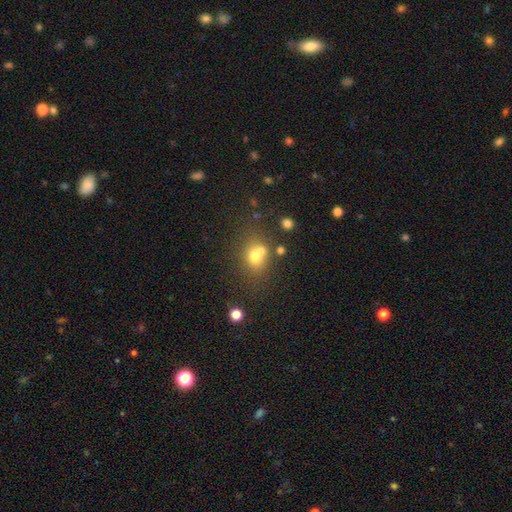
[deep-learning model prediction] smooth_or_featured: smooth (p=0.65) [alt: featured or disk p=0.18]
how_rounded: round (p=0.64) [alt: in between p=0.35]
merging: none (p=0.48) [alt: merger p=0.36]